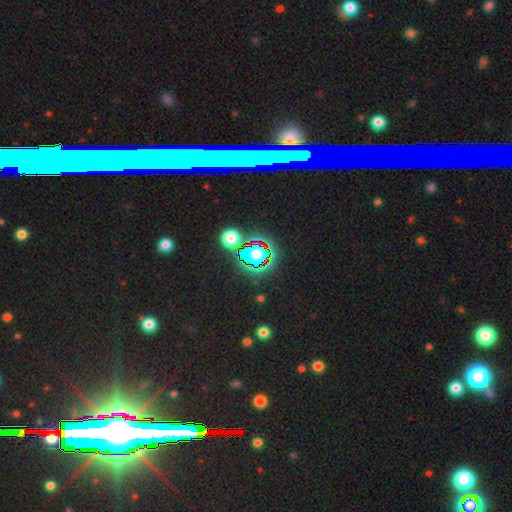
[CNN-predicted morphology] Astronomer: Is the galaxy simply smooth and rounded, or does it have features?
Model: star or artifact — 76%.